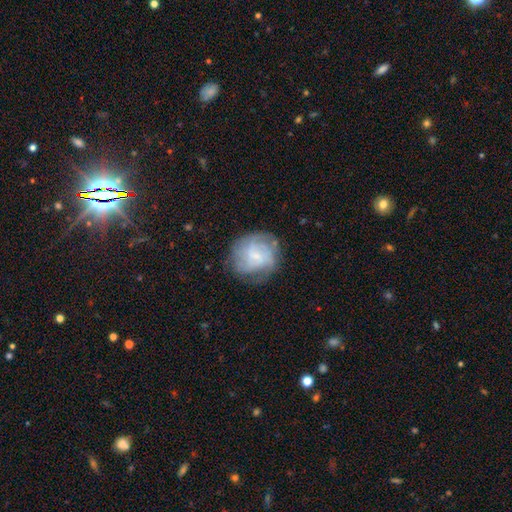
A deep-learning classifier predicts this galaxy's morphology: This is likely a featured or disk galaxy (61%). It is clearly not viewed edge-on (98%). Bar: possibly no (47%). Spiral arm pattern: clearly yes (81%). Central bulge: possibly small (58%). Merging: likely none (69%).